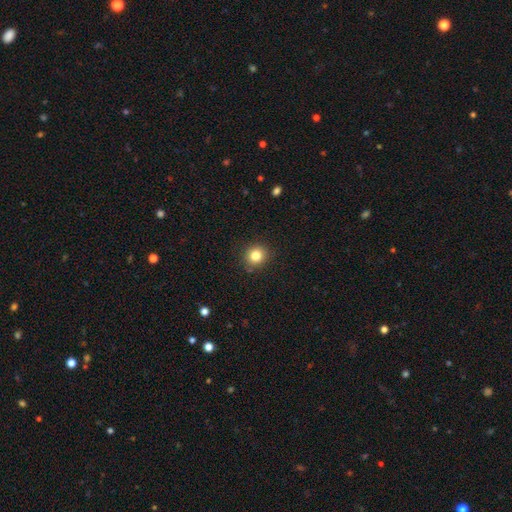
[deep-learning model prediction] smooth-or-featured: smooth: 82% | star or artifact: 12% | featured or disk: 6%
  how-rounded: round: 89% | in between: 10% | cigar-shaped: 1%
  merging: none: 88% | minor disturbance: 8% | major disturbance: 2% | merger: 2%